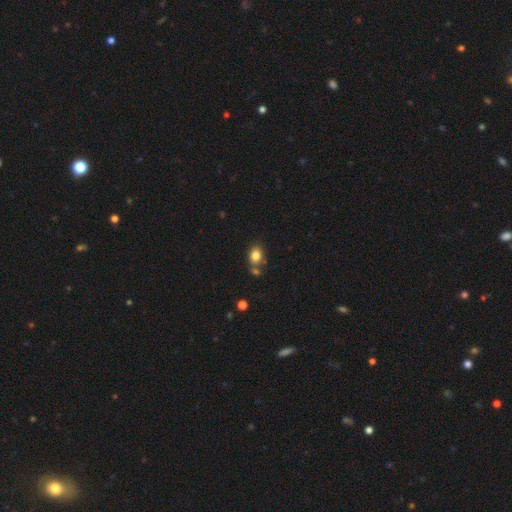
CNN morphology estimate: Smooth or featured: smooth — 82% (star or artifact — 10%)
How rounded: in between — 60% (round — 39%)
Merging: none — 65% (merger — 17%)